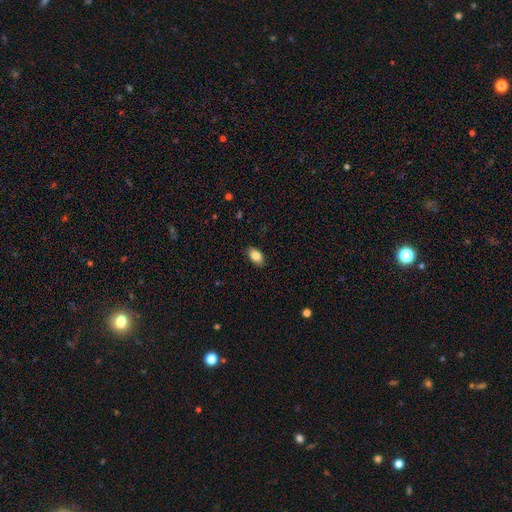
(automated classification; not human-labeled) Smooth or featured?
  - smooth: 86% *
  - star or artifact: 8%
  - featured or disk: 7%
How rounded?
  - in between: 91% *
  - round: 7%
  - cigar-shaped: 2%
Merging?
  - none: 87% *
  - minor disturbance: 10%
  - major disturbance: 2%
  - merger: 1%